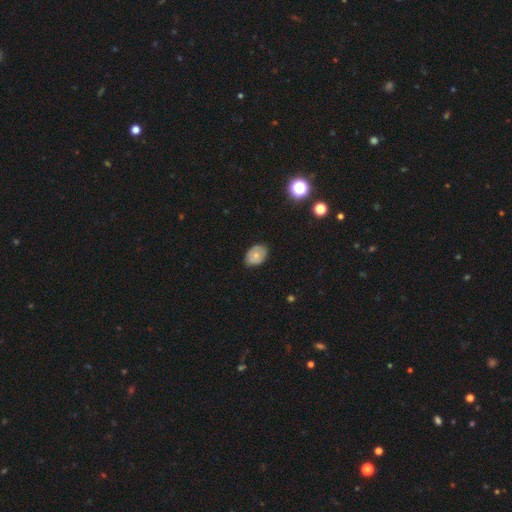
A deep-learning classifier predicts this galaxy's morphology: A smooth galaxy with no disk features (66%) that is in between round and cigar-shaped (76%). Merging: none (79%).